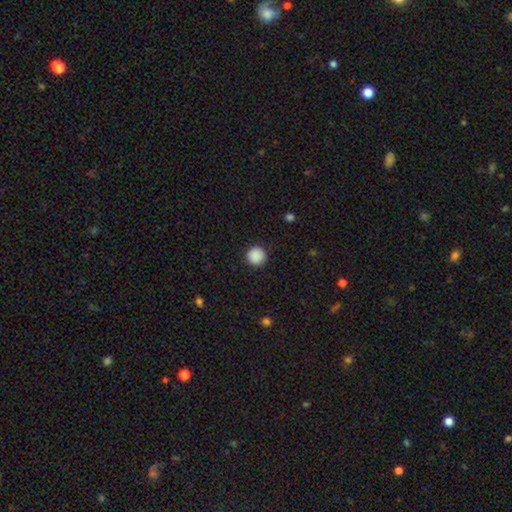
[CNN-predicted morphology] Smooth or featured? Predicted: smooth (p=0.90). How rounded? Predicted: round (p=0.96). Merging? Predicted: none (p=0.92).